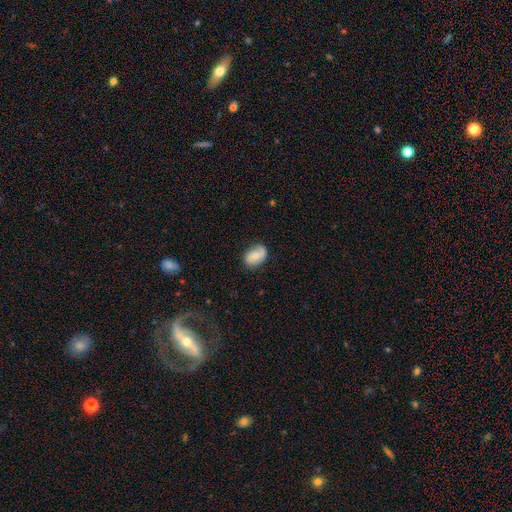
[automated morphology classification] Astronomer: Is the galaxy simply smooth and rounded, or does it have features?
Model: smooth — 63%.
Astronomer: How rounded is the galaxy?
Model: in between — 81%.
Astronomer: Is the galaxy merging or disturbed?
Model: none — 73%.